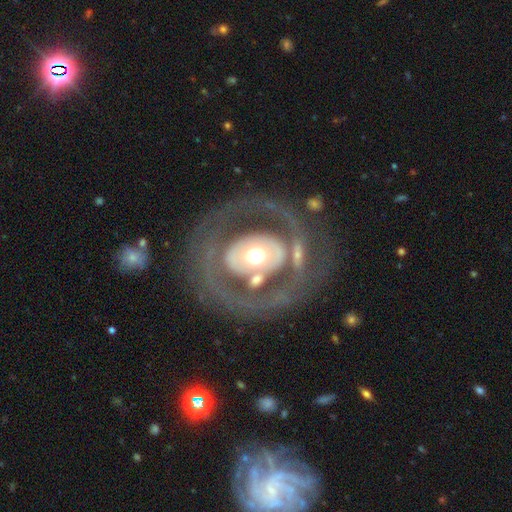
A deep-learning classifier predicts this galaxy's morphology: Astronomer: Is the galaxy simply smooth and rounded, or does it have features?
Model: featured or disk — 71%.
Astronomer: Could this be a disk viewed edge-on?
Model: no — 94%.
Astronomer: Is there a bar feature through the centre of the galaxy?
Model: no — 81%.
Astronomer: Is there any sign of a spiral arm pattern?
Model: no — 63%.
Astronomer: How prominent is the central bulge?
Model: moderate — 56% (runner-up: large, 31%).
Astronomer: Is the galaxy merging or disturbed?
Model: none — 61%.